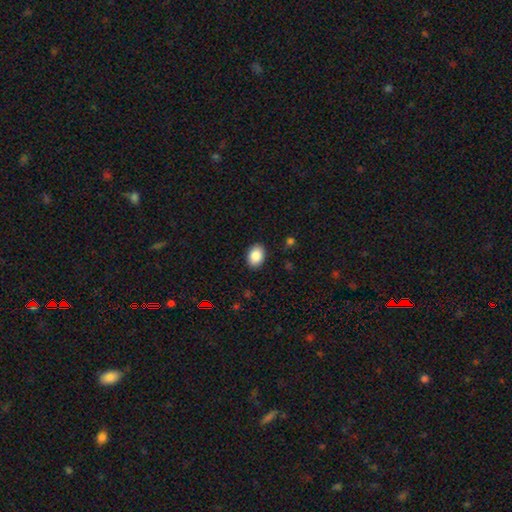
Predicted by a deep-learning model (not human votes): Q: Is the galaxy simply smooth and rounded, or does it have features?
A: smooth — 88%.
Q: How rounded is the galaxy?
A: in between — 80%.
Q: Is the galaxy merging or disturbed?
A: none — 89%.